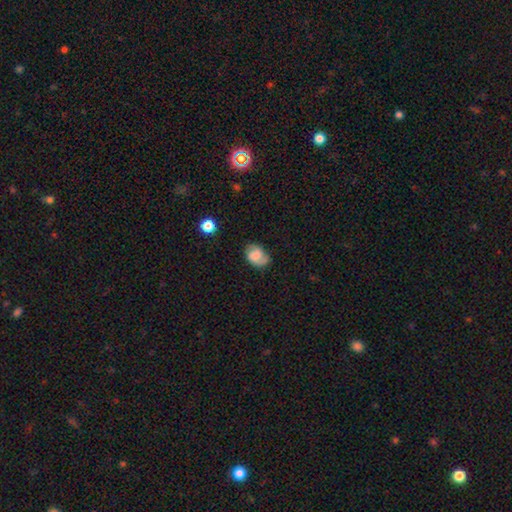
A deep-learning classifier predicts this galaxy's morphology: This is possibly a smooth galaxy (57%). How rounded: likely in between (77%). Merging: likely none (65%).